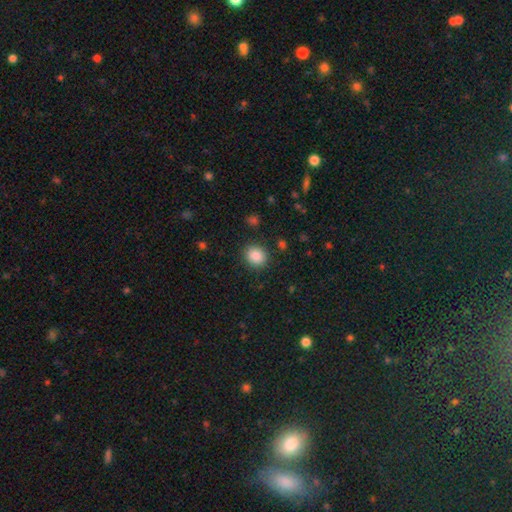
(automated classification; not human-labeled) A smooth galaxy with no disk features (86%) that is round (74%). Merging: none (88%).